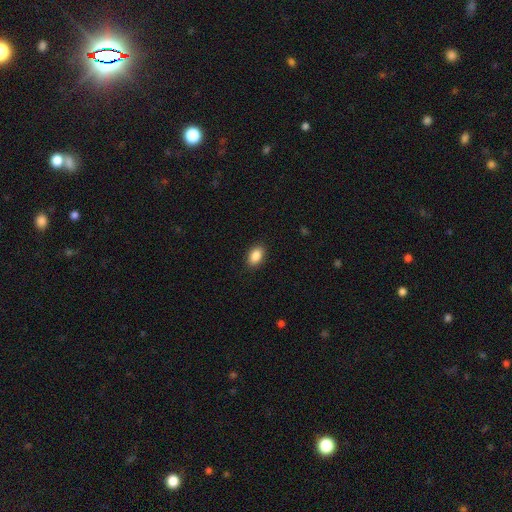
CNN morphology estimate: type=smooth (88%); roundness=in between (88%); merging=none (89%).